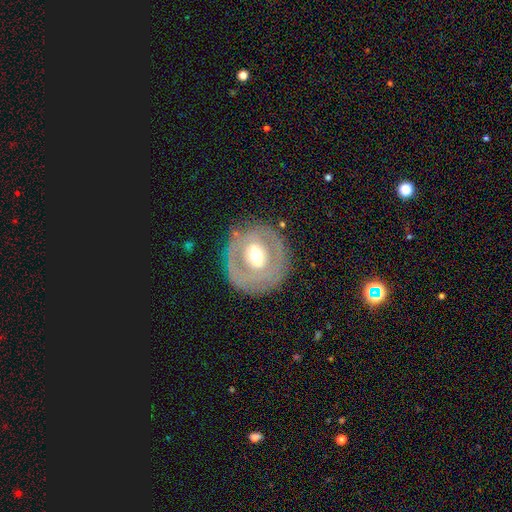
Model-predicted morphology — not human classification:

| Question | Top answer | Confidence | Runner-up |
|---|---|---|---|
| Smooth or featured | featured or disk | 61% | smooth (33%) |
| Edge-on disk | no | 94% | yes (6%) |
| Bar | weak | 38% | tied: no (38%) |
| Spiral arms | no | 74% | yes (26%) |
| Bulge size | moderate | 67% | large (18%) |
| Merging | none | 79% | minor disturbance (12%) |